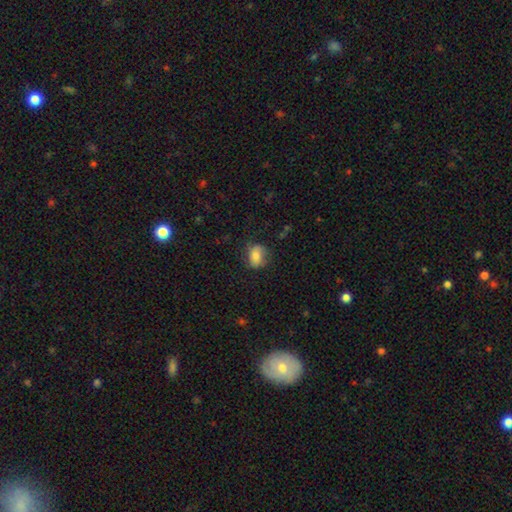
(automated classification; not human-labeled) This appears to be a smooth galaxy with no disk features (74%) that is in between round and cigar-shaped (60%). Merging: none (68%).